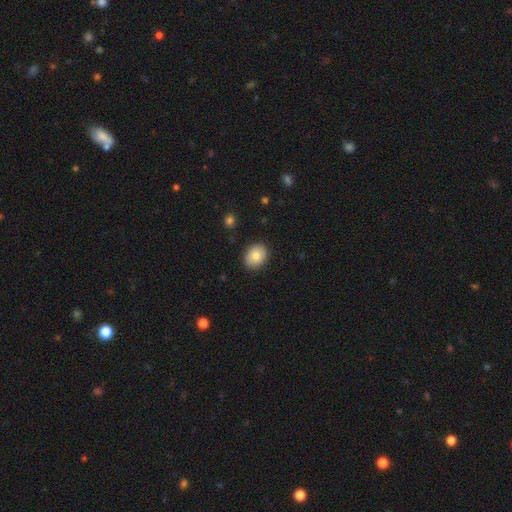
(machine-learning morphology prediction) Smooth or featured: smooth — 81% (featured or disk — 11%)
How rounded: in between — 50% (round — 49%)
Merging: none — 88% (minor disturbance — 9%)